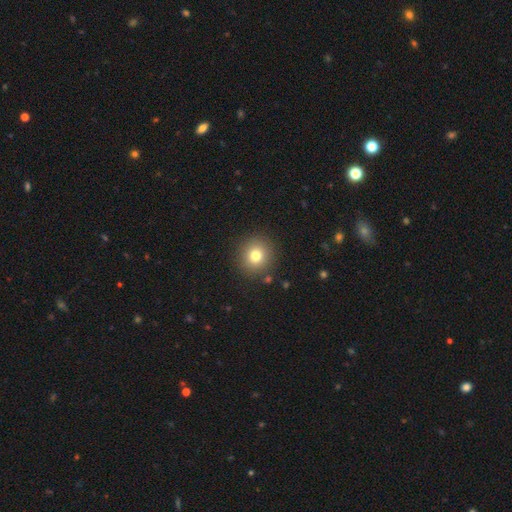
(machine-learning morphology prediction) Smooth or featured: smooth — 78% (star or artifact — 13%)
How rounded: round — 92% (in between — 7%)
Merging: none — 89% (minor disturbance — 6%)